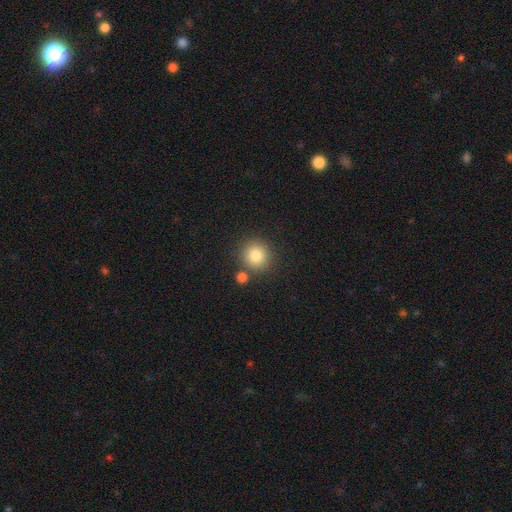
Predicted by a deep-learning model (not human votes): A smooth galaxy with no disk features (82%) that is round (92%). Merging: none (80%).